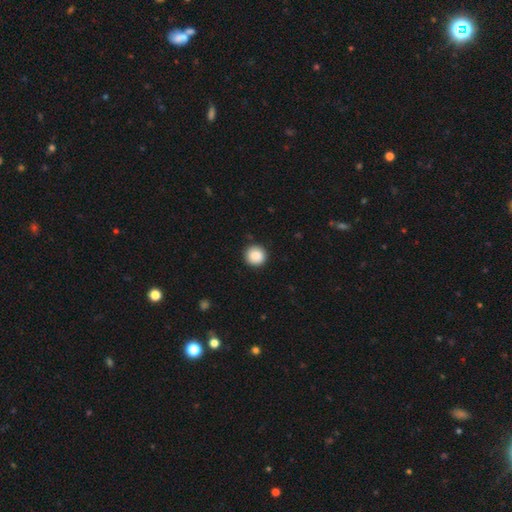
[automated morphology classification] smooth_or_featured: smooth (p=0.88) [alt: star or artifact p=0.08]
how_rounded: round (p=0.94) [alt: in between p=0.05]
merging: none (p=0.91) [alt: minor disturbance p=0.06]